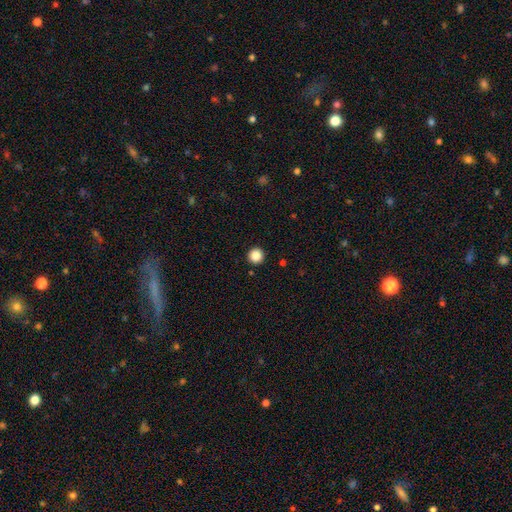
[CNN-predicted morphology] Q: Smooth or featured?
A: smooth (86%); runner-up: star or artifact (10%)
Q: How rounded?
A: round (96%); runner-up: in between (3%)
Q: Merging?
A: none (93%); runner-up: minor disturbance (4%)